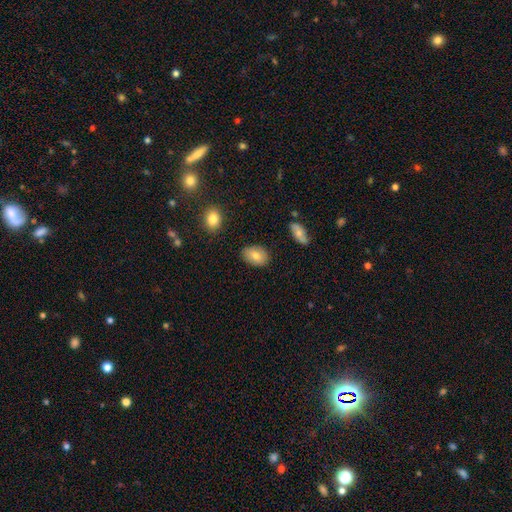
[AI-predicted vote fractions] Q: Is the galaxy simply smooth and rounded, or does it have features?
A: smooth — 79%.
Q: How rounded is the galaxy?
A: in between — 84%.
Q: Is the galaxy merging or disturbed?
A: none — 82%.